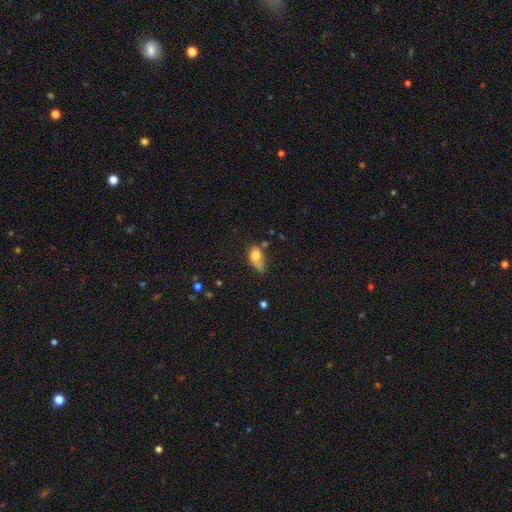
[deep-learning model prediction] Smooth or featured? Predicted: smooth (p=0.69). How rounded? Predicted: in between (p=0.79). Merging? Predicted: minor disturbance (p=0.34).